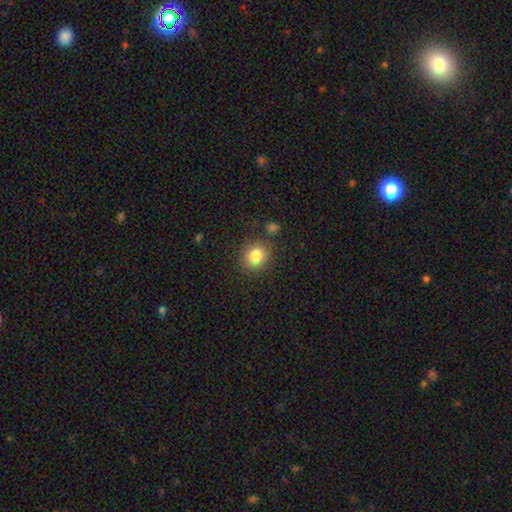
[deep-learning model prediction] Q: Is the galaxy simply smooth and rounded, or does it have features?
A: smooth — 84%.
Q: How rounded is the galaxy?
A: round — 79%.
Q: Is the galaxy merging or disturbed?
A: none — 82%.